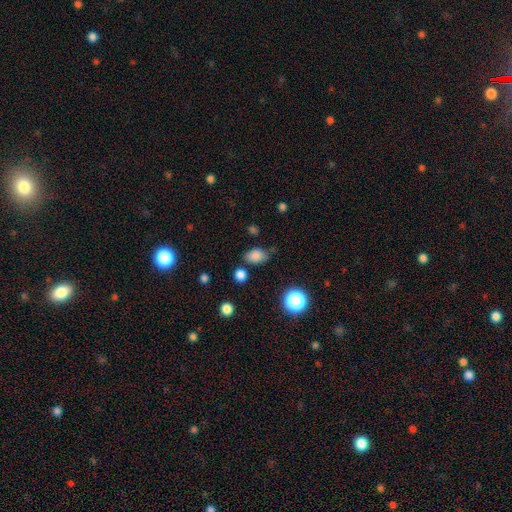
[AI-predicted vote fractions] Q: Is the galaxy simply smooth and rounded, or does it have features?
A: smooth — 83%.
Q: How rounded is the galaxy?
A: in between — 80%.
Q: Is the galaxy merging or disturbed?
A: none — 69%.